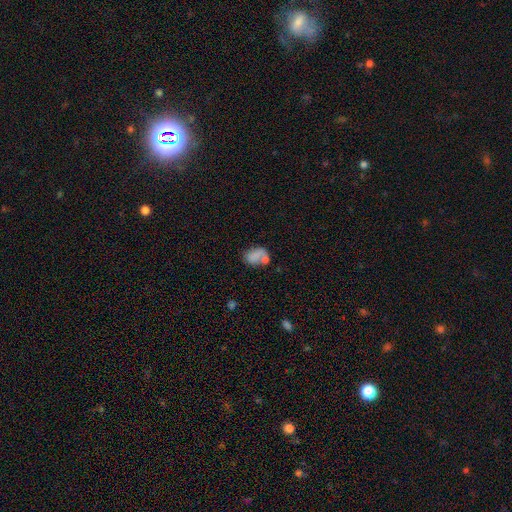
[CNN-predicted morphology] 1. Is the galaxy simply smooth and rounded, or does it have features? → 69% smooth, 20% featured or disk, 11% star or artifact.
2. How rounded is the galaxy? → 75% in between, 23% round, 2% cigar-shaped.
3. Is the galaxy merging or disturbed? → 37% none, 29% merger, 20% minor disturbance, 14% major disturbance.